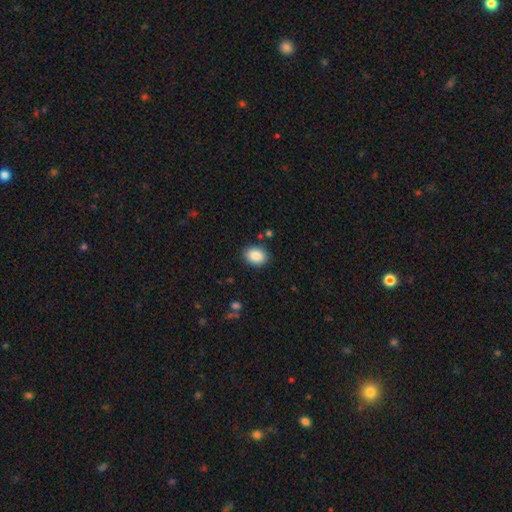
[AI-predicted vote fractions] This appears to be a smooth galaxy with no disk features (88%) that is in between round and cigar-shaped (60%). Merging: none (88%).